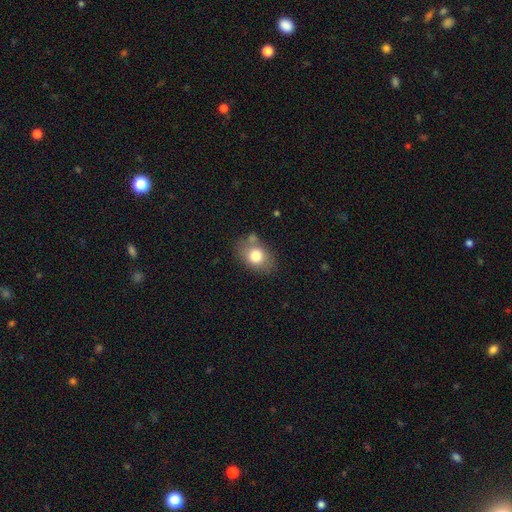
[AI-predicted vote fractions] Smooth or featured? smooth (77%)
How rounded? in between (71%)
Merging? none (66%)